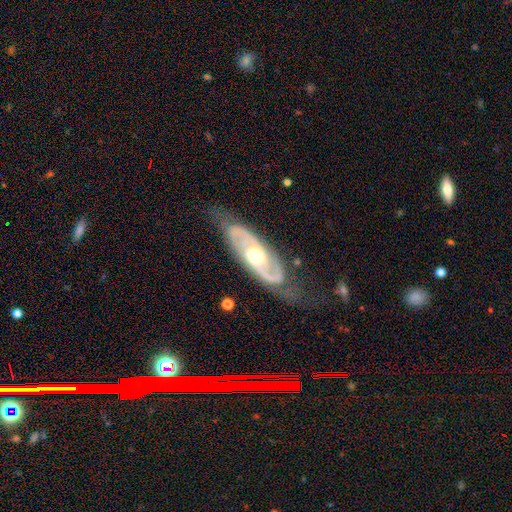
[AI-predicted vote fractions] Smooth or featured?
  - featured or disk: 86% *
  - smooth: 10%
  - star or artifact: 4%
Edge-on disk?
  - no: 90% *
  - yes: 10%
Bar?
  - no: 62% *
  - weak: 28%
  - strong: 10%
Spiral arms?
  - yes: 91% *
  - no: 9%
Spiral winding?
  - medium: 43% *
  - tight: 42%
  - loose: 15%
Spiral arm count?
  - 2: 83% *
  - can't tell: 10%
  - 1: 3%
  - 3: 3%
  - 4: 1%
  - more than 4: 1%
Bulge size?
  - moderate: 73% *
  - small: 15%
  - large: 10%
  - dominant: 1%
  - none: 1%
Merging?
  - none: 66% *
  - minor disturbance: 21%
  - major disturbance: 11%
  - merger: 2%